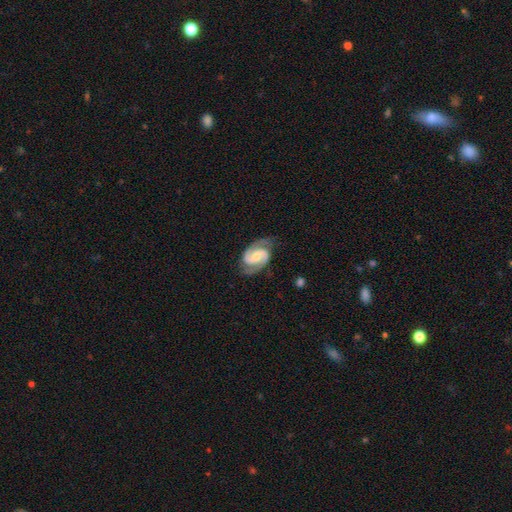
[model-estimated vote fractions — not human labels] Morphology: type=featured or disk (91%); edge-on=no (98%); bar=no (44%); spiral arms=yes (98%); winding=medium (54%); arm count=2 (94%); bulge=moderate (56%); merging=none (80%).